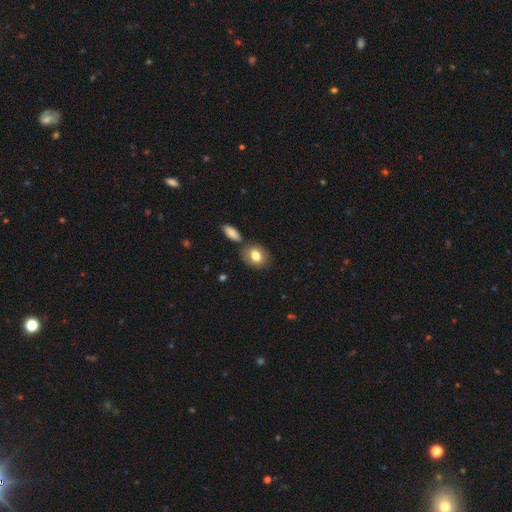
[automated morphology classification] type=smooth (80%); roundness=in between (50%); merging=none (72%).